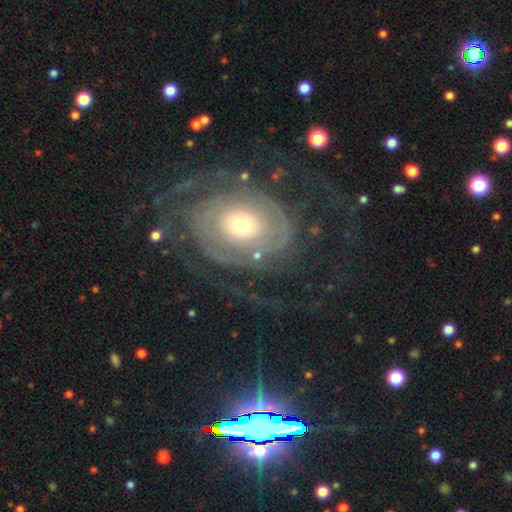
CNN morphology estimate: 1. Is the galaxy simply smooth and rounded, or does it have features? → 78% featured or disk, 11% star or artifact, 11% smooth.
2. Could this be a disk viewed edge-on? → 96% no, 4% yes.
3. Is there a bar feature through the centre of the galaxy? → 78% no, 16% weak, 6% strong.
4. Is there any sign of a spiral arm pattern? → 87% yes, 13% no.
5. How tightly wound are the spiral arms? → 71% tight, 21% medium, 8% loose.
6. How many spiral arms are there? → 39% can't tell, 29% 2, 11% 3, 7% 1, 7% 4, 7% more than 4.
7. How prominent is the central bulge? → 55% moderate, 31% small, 11% large, 2% dominant, 2% none.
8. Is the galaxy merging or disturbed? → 70% none, 14% major disturbance, 14% minor disturbance, 2% merger.